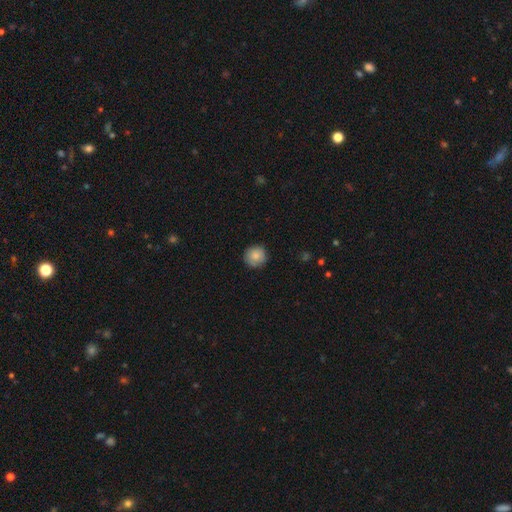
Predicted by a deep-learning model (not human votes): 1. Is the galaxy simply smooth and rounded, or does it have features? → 84% smooth, 8% featured or disk, 8% star or artifact.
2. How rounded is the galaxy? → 94% round, 6% in between, 1% cigar-shaped.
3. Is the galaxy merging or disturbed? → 87% none, 10% minor disturbance, 2% major disturbance, 1% merger.